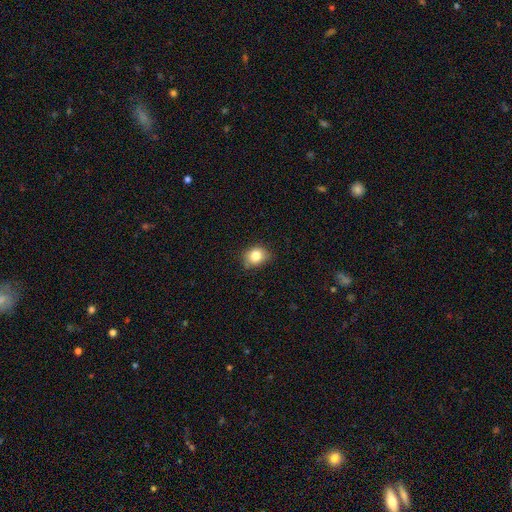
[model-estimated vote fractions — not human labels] Smooth or featured? Predicted: smooth (p=0.82). How rounded? Predicted: round (p=0.58). Merging? Predicted: none (p=0.71).